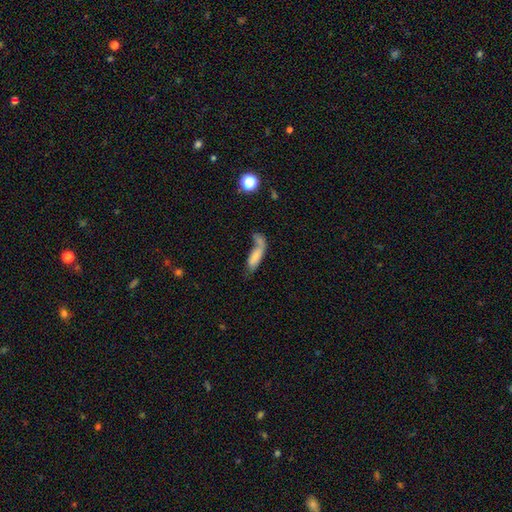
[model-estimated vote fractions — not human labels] A smooth galaxy with no disk features (66%) that is in between round and cigar-shaped (59%). Merging: merger (42%).